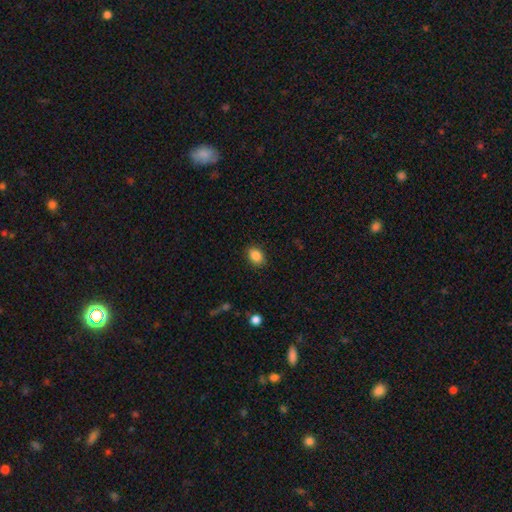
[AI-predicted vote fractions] Smooth or featured: smooth — 87% (star or artifact — 9%)
How rounded: in between — 77% (round — 22%)
Merging: none — 88% (minor disturbance — 9%)